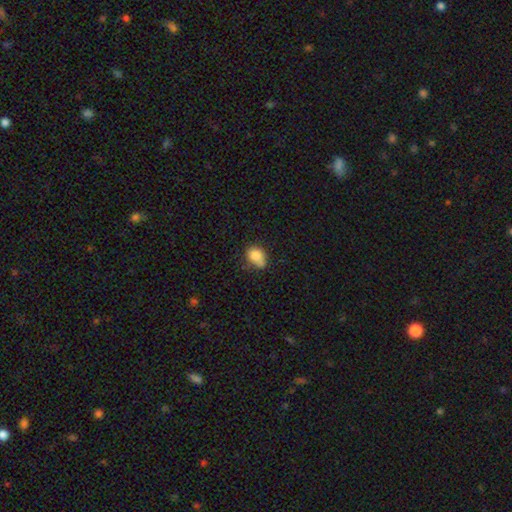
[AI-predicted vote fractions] smooth 82%, star or artifact 9%, featured or disk 9%. Down the decision tree: how rounded — in between (61%); merging — none (47%).